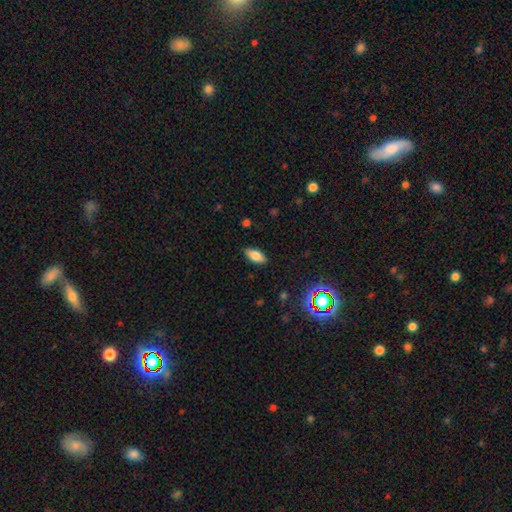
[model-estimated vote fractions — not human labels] Smooth or featured? smooth (73%)
How rounded? in between (85%)
Merging? none (87%)